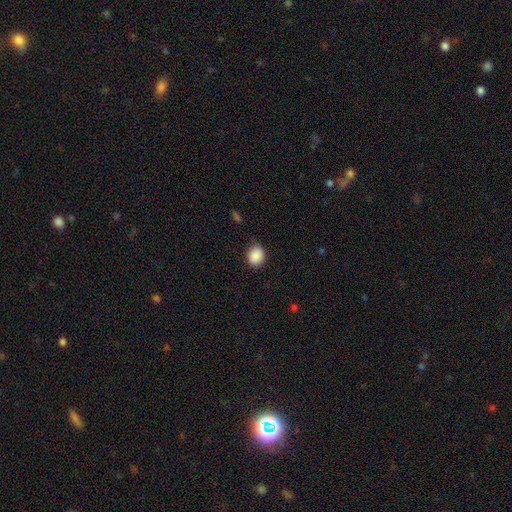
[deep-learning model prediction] smooth_or_featured: smooth (p=0.89) [alt: star or artifact p=0.08]
how_rounded: round (p=0.55) [alt: in between p=0.44]
merging: none (p=0.84) [alt: minor disturbance p=0.12]